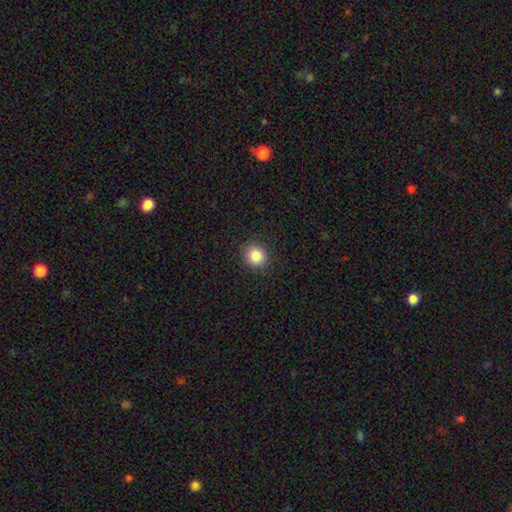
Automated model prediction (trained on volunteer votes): A smooth galaxy with no disk features (86%) that is round (85%).

Vote fractions:
- Smooth or featured? smooth: 86% / star or artifact: 10% / featured or disk: 4%
- How rounded? round: 85% / in between: 14% / cigar-shaped: 1%
- Merging? none: 89% / minor disturbance: 7% / major disturbance: 2% / merger: 1%